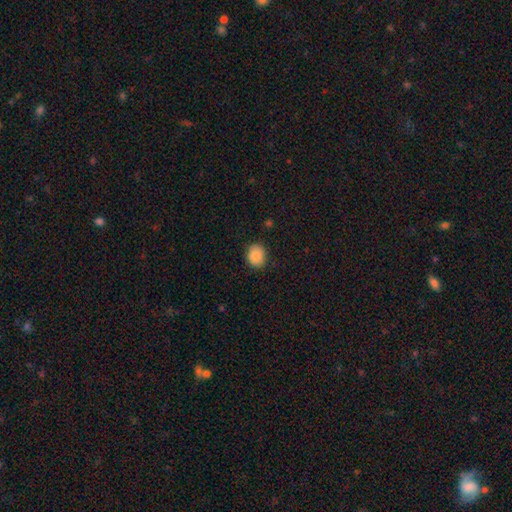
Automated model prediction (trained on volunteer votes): A smooth galaxy with no disk features (88%) that is round (59%). Merging: none (84%).